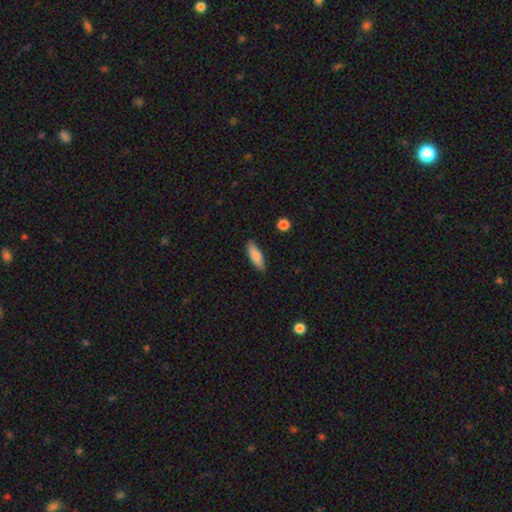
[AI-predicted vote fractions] Overall: smooth (83%). How rounded: in between (54%; cigar-shaped 44%). Merging: none (85%).